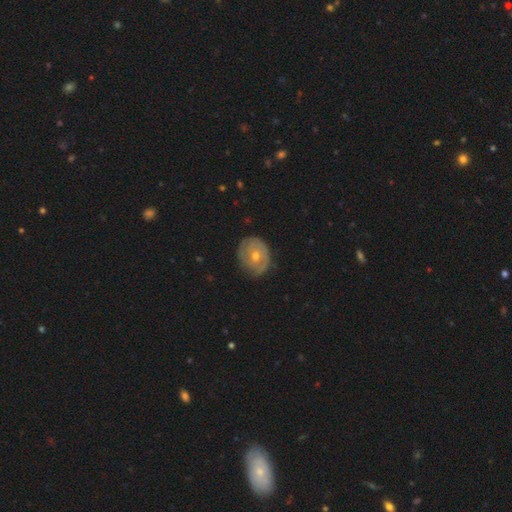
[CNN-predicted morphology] The model was most divided on "bulge size": moderate: 58%, small: 38%, large: 2%, none: 1%, dominant: 1%. More confident: edge-on disk — no (96%); bar — no (78%); merging — none (76%); spiral arms — yes (74%); smooth or featured — featured or disk (67%).